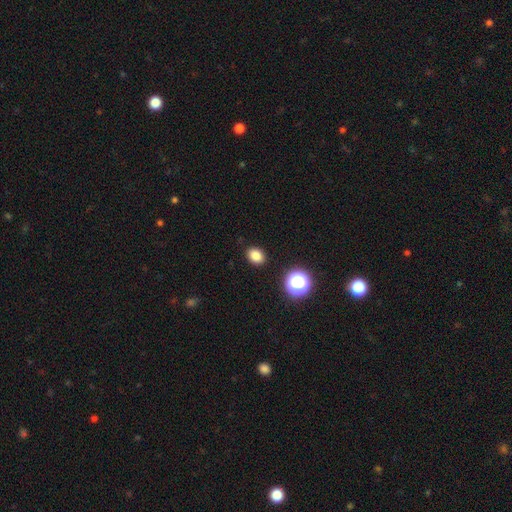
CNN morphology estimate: Smooth or featured? Predicted: smooth (p=0.83). How rounded? Predicted: in between (p=0.58). Merging? Predicted: none (p=0.90).